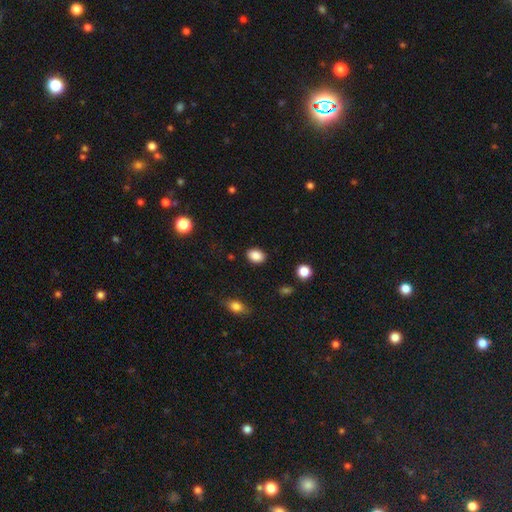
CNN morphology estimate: Smooth or featured: smooth — 87% (star or artifact — 9%)
How rounded: in between — 72% (round — 27%)
Merging: none — 88% (minor disturbance — 8%)